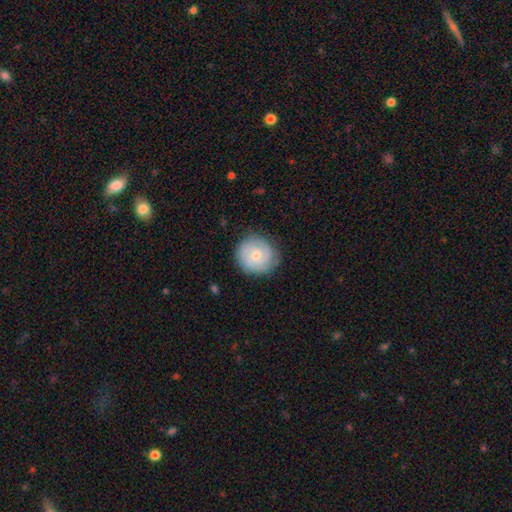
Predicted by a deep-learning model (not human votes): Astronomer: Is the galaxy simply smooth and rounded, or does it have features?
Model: featured or disk — 67%.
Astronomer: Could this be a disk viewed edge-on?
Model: no — 98%.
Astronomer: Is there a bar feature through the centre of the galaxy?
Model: no — 70%.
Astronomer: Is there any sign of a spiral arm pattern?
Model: yes — 92%.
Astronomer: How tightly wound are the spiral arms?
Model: tight — 65%.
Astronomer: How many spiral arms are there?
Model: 2 — 40% (runner-up: 3, 24%).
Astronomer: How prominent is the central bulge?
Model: small — 67%.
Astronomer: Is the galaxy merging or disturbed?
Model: none — 85%.